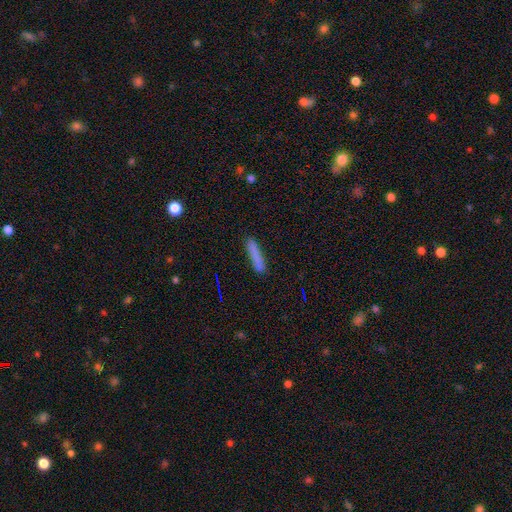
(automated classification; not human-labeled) smooth 82%, featured or disk 11%, star or artifact 8%. Down the decision tree: how rounded — cigar-shaped (91%); merging — none (86%).